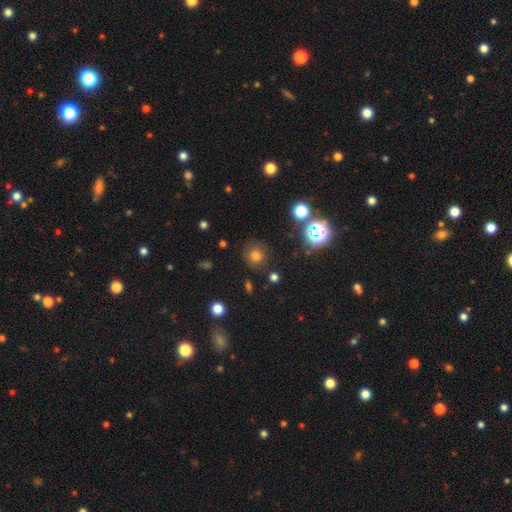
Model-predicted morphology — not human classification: Smooth or featured? smooth (67%)
How rounded? round (91%)
Merging? none (83%)